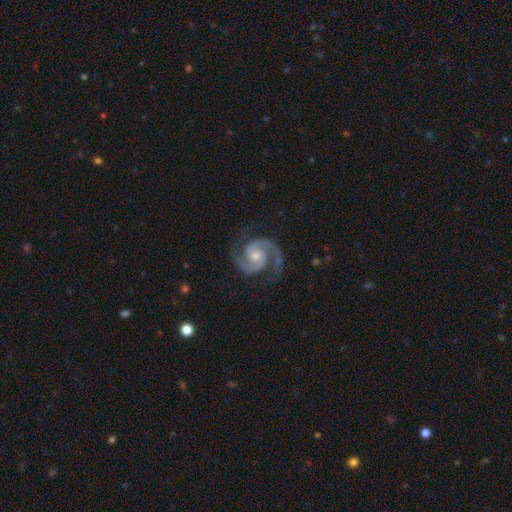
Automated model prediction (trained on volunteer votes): Q: Smooth or featured?
A: featured or disk (94%); runner-up: star or artifact (4%)
Q: Edge-on disk?
A: no (98%); runner-up: yes (2%)
Q: Bar?
A: no (64%); runner-up: weak (29%)
Q: Spiral arms?
A: yes (99%); runner-up: no (1%)
Q: Spiral winding?
A: medium (56%); runner-up: tight (38%)
Q: Spiral arm count?
A: 2 (94%); runner-up: 3 (2%)
Q: Bulge size?
A: moderate (55%); runner-up: small (38%)
Q: Merging?
A: none (81%); runner-up: minor disturbance (13%)